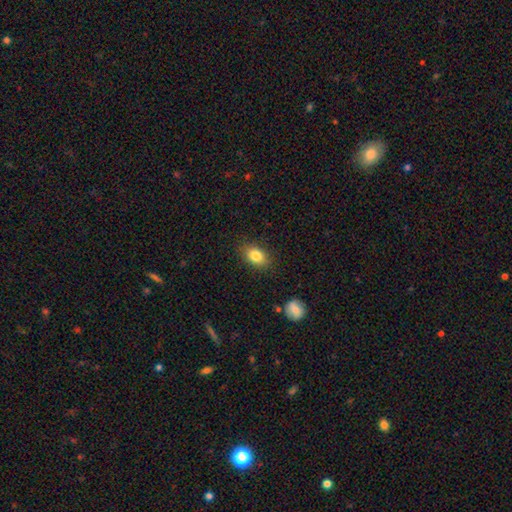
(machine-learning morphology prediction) Smooth or featured? Predicted: smooth (p=0.83). How rounded? Predicted: in between (p=0.81). Merging? Predicted: none (p=0.85).